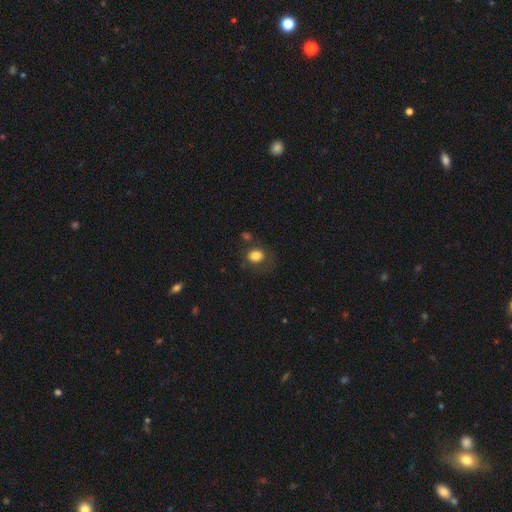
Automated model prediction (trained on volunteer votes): A smooth galaxy with no disk features (81%) that is round (59%).

Vote fractions:
- Smooth or featured? smooth: 81% / star or artifact: 11% / featured or disk: 9%
- How rounded? round: 59% / in between: 40% / cigar-shaped: 1%
- Merging? none: 66% / minor disturbance: 17% / major disturbance: 10% / merger: 6%